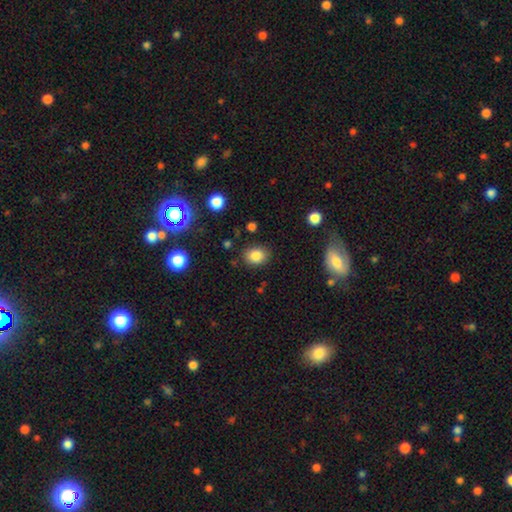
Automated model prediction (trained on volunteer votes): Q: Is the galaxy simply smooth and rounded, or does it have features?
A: smooth — 84%.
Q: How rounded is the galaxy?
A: in between — 50%.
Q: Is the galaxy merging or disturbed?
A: none — 83%.